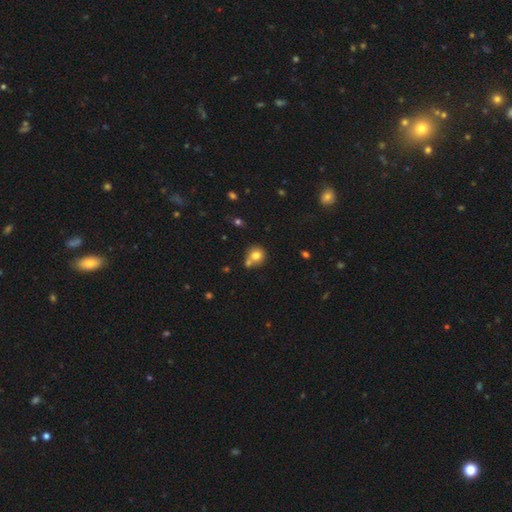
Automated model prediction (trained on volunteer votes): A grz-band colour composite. It shows a smooth galaxy with no disk features (78%) that is round (84%). Merging: none (54%).